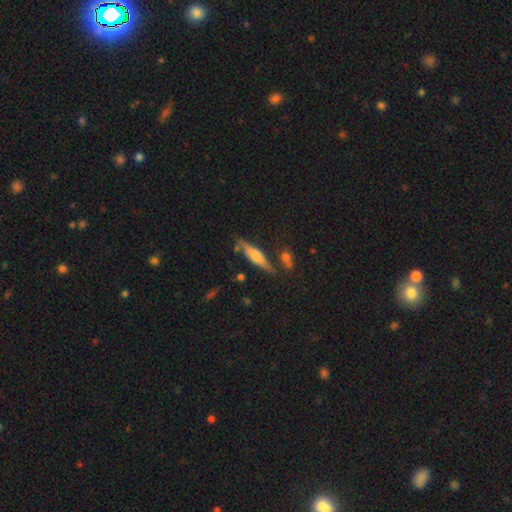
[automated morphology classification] type=featured or disk (52%); edge-on=yes (90%); merging=none (74%).